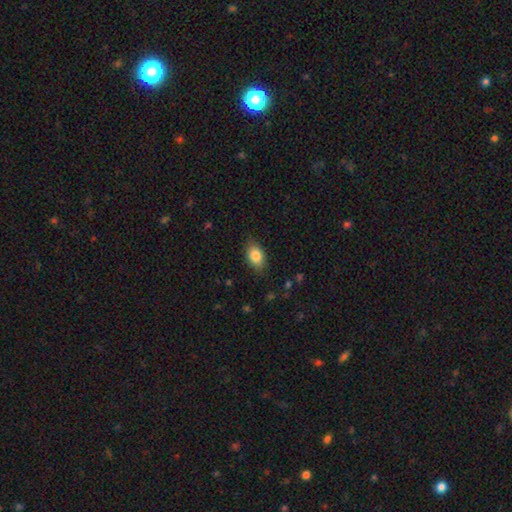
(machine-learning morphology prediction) This is clearly a smooth galaxy (85%). How rounded: clearly in between (87%). Merging: clearly none (84%).